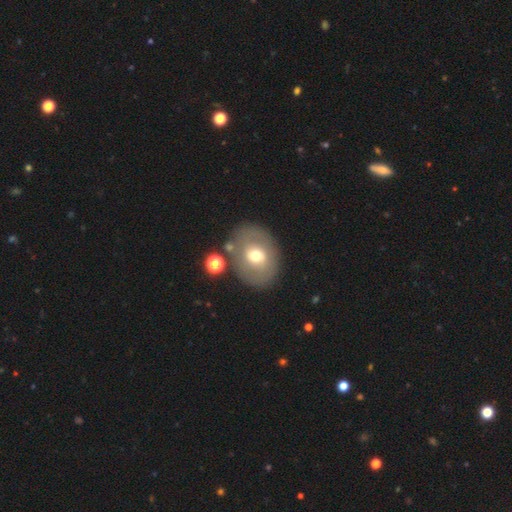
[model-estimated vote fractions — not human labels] Smooth or featured?
  - smooth: 54% *
  - featured or disk: 37%
  - star or artifact: 9%
How rounded?
  - in between: 59% *
  - round: 40%
  - cigar-shaped: 1%
Merging?
  - none: 75% *
  - minor disturbance: 13%
  - merger: 6%
  - major disturbance: 6%